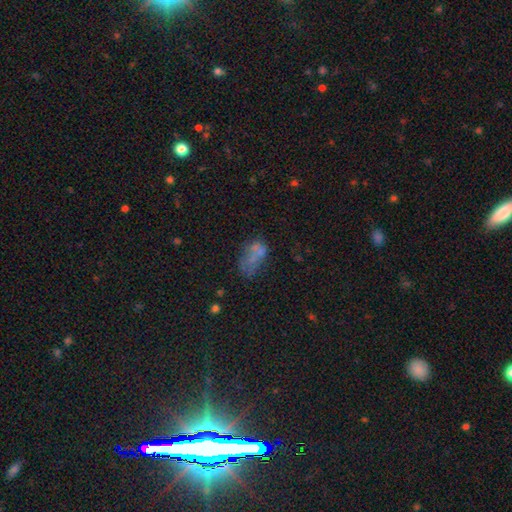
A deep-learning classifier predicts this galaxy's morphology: A smooth galaxy with no disk features (50%) that is in between round and cigar-shaped (87%).

Vote fractions:
- Smooth or featured? smooth: 50% / featured or disk: 33% / star or artifact: 17%
- How rounded? in between: 87% / round: 8% / cigar-shaped: 5%
- Merging? none: 35% / major disturbance: 24% / minor disturbance: 21% / merger: 20%